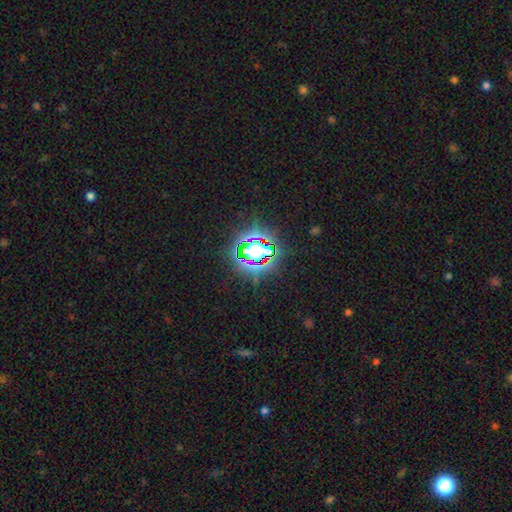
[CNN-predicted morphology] This is clearly a star or artifact rather than a galaxy (80%).